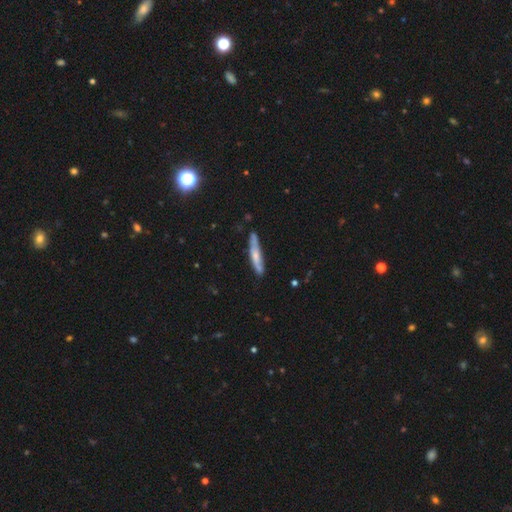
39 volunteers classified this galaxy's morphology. featured or disk 62%, smooth 36%, star or artifact 3%. Down the decision tree: edge-on disk — yes (79%); edge-on bulge — rounded (74%); merging — none (68%).